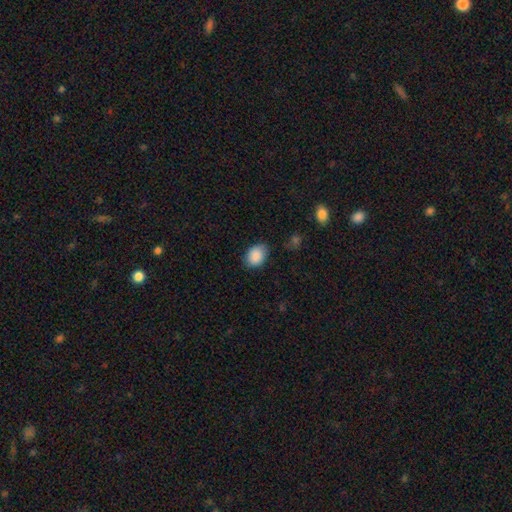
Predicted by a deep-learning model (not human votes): A smooth galaxy with no disk features (89%) that is in between round and cigar-shaped (63%).

Vote fractions:
- Smooth or featured? smooth: 89% / star or artifact: 7% / featured or disk: 4%
- How rounded? in between: 63% / round: 36% / cigar-shaped: 1%
- Merging? none: 75% / minor disturbance: 19% / major disturbance: 4% / merger: 2%